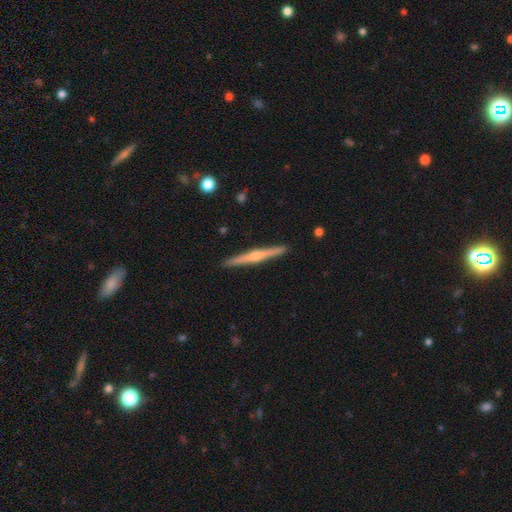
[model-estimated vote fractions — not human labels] featured or disk 74%, smooth 20%, star or artifact 5%. Down the decision tree: edge-on disk — yes (98%); edge-on bulge — rounded (84%); merging — none (92%).